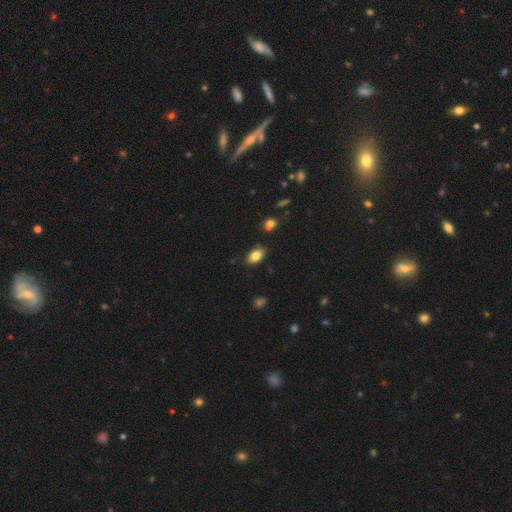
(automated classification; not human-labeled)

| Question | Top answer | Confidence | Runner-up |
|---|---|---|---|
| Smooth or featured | smooth | 83% | featured or disk (9%) |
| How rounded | in between | 91% | round (6%) |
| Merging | none | 84% | minor disturbance (11%) |